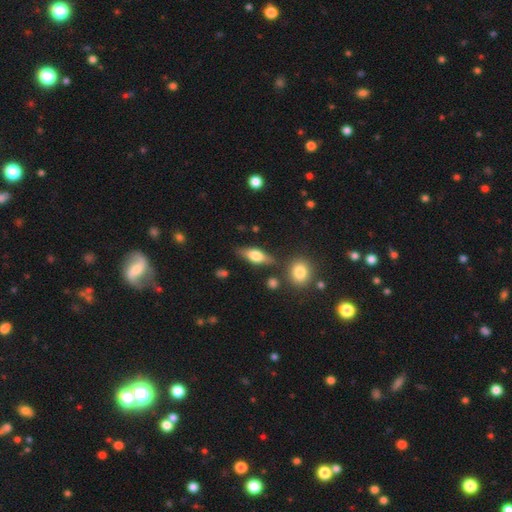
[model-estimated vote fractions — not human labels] A smooth galaxy with no disk features (51%) that is in between round and cigar-shaped (65%). Merging: none (80%).